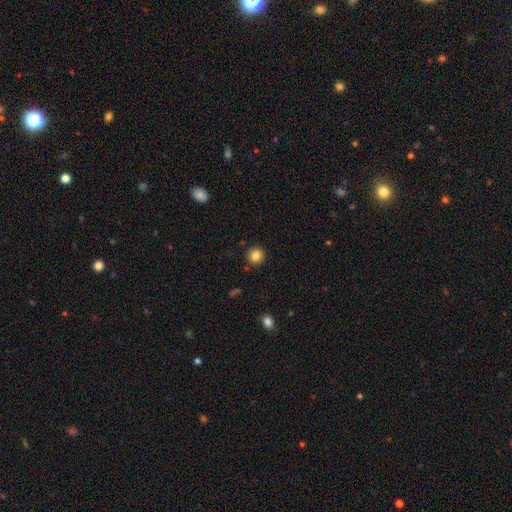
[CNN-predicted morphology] smooth_or_featured: smooth (p=0.84) [alt: star or artifact p=0.10]
how_rounded: round (p=0.94) [alt: in between p=0.05]
merging: none (p=0.91) [alt: minor disturbance p=0.06]